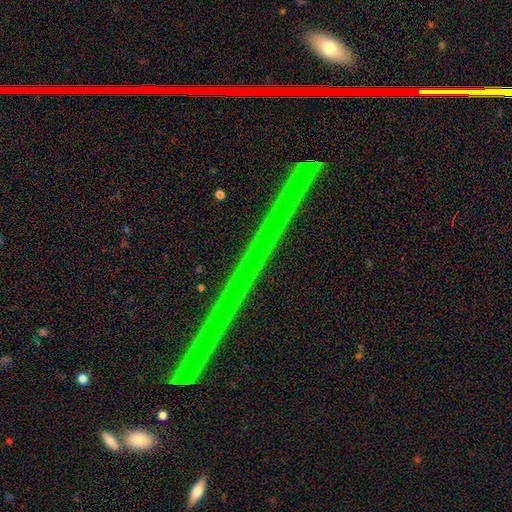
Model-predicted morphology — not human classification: Q: Smooth or featured?
A: star or artifact (79%); runner-up: featured or disk (15%)